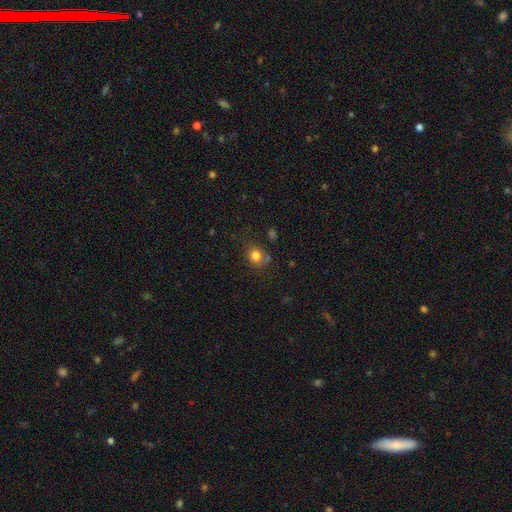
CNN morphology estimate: Q: Smooth or featured?
A: smooth (81%); runner-up: star or artifact (12%)
Q: How rounded?
A: round (78%); runner-up: in between (21%)
Q: Merging?
A: none (66%); runner-up: minor disturbance (18%)